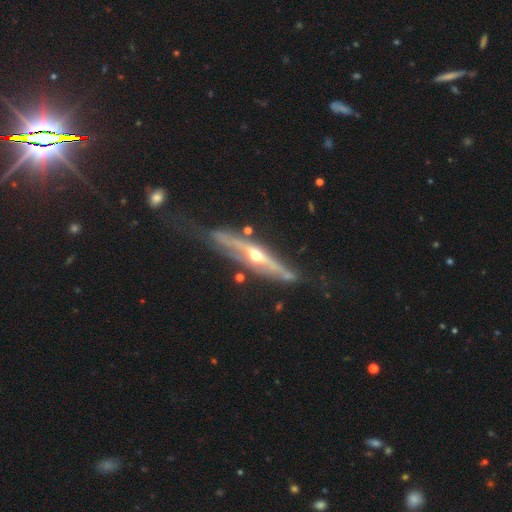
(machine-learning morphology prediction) A featured or disk galaxy (81%) viewed edge-on (77%) with a rounded central bulge (86%). Merging: none (71%).